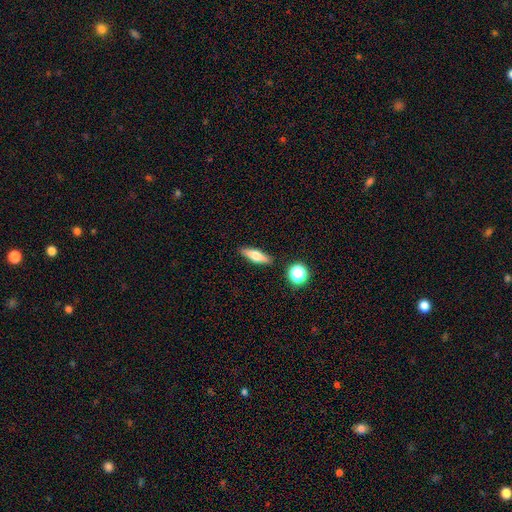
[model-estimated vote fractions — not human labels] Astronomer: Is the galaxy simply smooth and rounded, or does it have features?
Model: smooth — 61%.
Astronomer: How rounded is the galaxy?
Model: cigar-shaped — 50% (runner-up: in between, 45%).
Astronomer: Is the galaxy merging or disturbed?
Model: none — 87%.